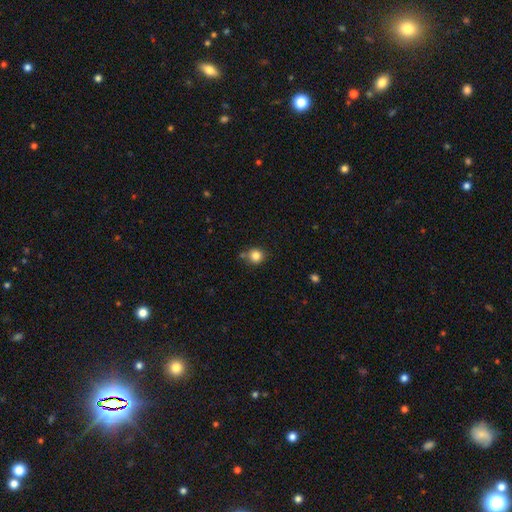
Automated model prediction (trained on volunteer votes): The model was most divided on "merging": none: 73%, minor disturbance: 14%, merger: 10%, major disturbance: 4%. More confident: how rounded — round (89%); smooth or featured — smooth (84%).